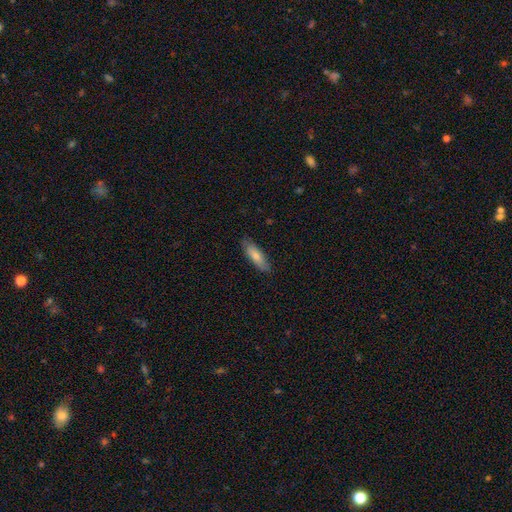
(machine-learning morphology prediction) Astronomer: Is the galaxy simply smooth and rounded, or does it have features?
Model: smooth — 78%.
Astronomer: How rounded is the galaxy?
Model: cigar-shaped — 50% (runner-up: in between, 49%).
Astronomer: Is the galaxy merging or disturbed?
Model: none — 83%.